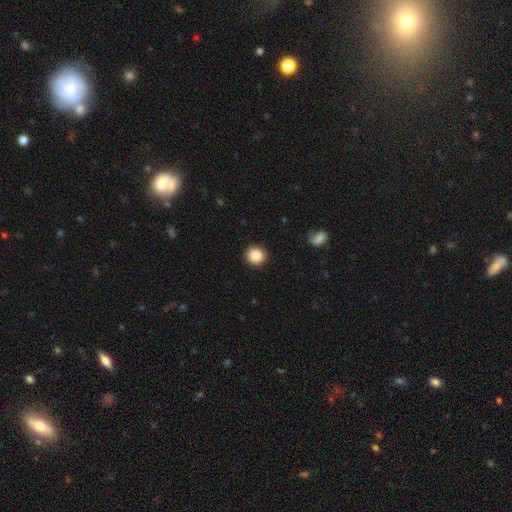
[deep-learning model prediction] Overall: smooth (85%). How rounded: round (89%). Merging: none (92%).